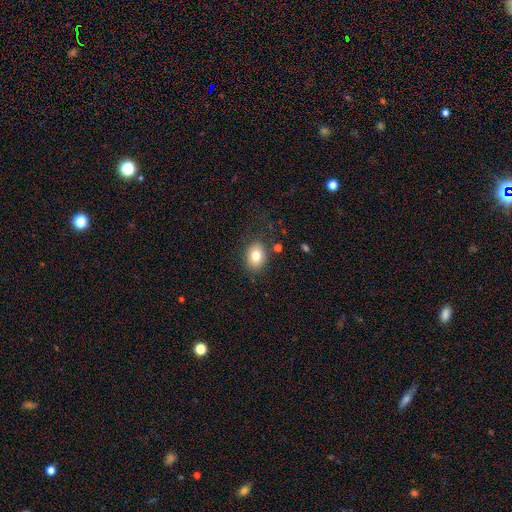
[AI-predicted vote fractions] This is likely a smooth galaxy (79%). How rounded: likely in between (65%). Merging: clearly none (81%).